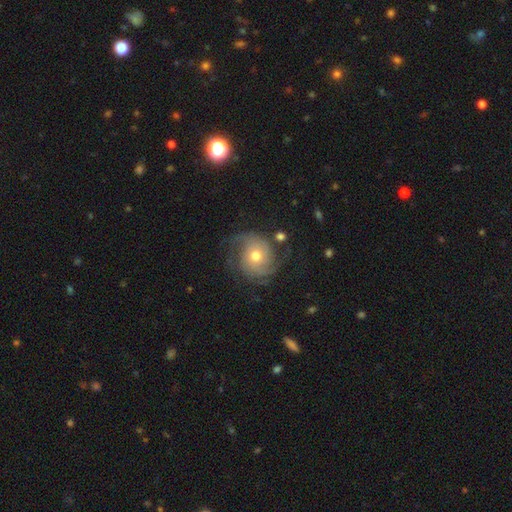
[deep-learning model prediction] Smooth or featured?
  - featured or disk: 80% *
  - smooth: 13%
  - star or artifact: 7%
Edge-on disk?
  - no: 98% *
  - yes: 2%
Bar?
  - no: 77% *
  - weak: 19%
  - strong: 4%
Spiral arms?
  - yes: 95% *
  - no: 5%
Spiral winding?
  - medium: 40% *
  - tight: 39%
  - loose: 21%
Spiral arm count?
  - 2: 43% *
  - 3: 23%
  - can't tell: 17%
  - 4: 6%
  - 1: 6%
  - more than 4: 5%
Bulge size?
  - moderate: 69% *
  - small: 24%
  - large: 4%
  - dominant: 1%
  - none: 1%
Merging?
  - none: 68% *
  - minor disturbance: 18%
  - major disturbance: 12%
  - merger: 2%